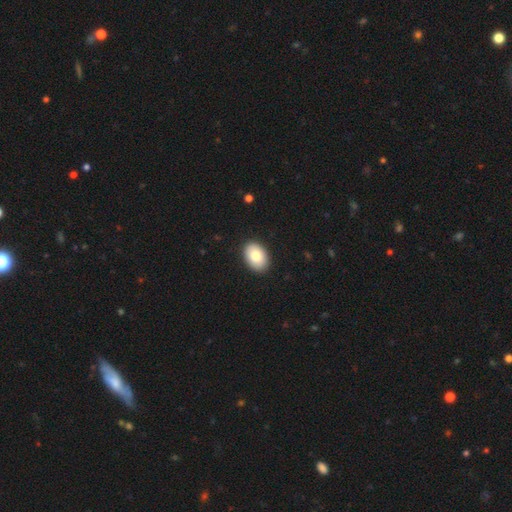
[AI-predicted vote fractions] The model was most divided on "how rounded": in between: 85%, round: 14%, cigar-shaped: 1%. More confident: merging — none (91%); smooth or featured — smooth (83%).